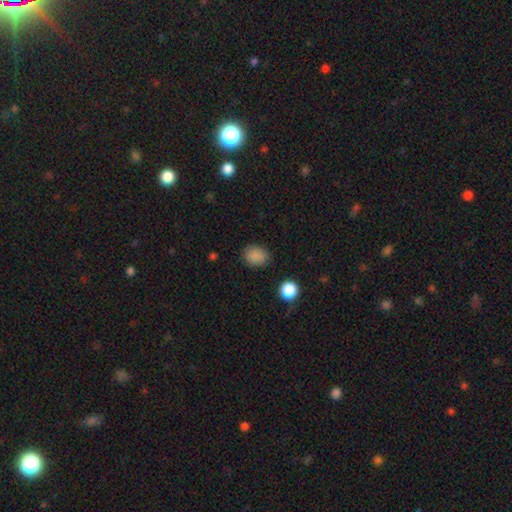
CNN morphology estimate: A smooth galaxy with no disk features (85%) that is round (52%).

Vote fractions:
- Smooth or featured? smooth: 85% / star or artifact: 11% / featured or disk: 4%
- How rounded? round: 52% / in between: 47% / cigar-shaped: 1%
- Merging? none: 83% / minor disturbance: 12% / major disturbance: 3% / merger: 2%